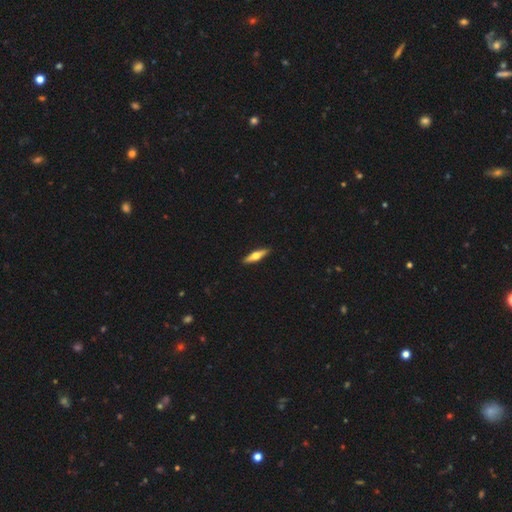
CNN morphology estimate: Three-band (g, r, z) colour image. It shows a featured or disk galaxy (55%) viewed edge-on (95%) with a rounded central bulge (94%). Merging: none (91%).